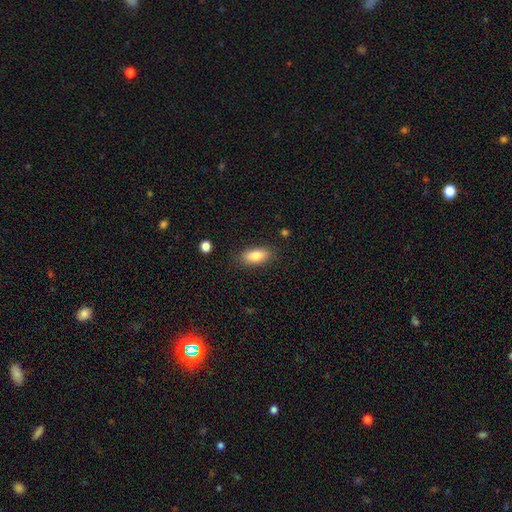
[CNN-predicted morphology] Overall: smooth (83%). How rounded: in between (84%). Merging: none (85%).